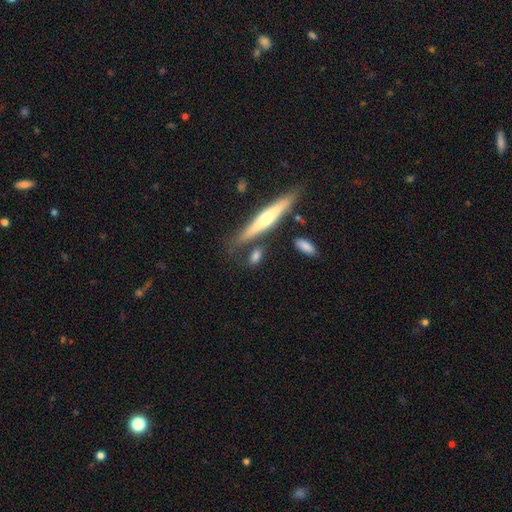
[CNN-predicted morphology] This is likely a smooth galaxy (65%). How rounded: possibly in between (46%). Merging: likely none (68%).